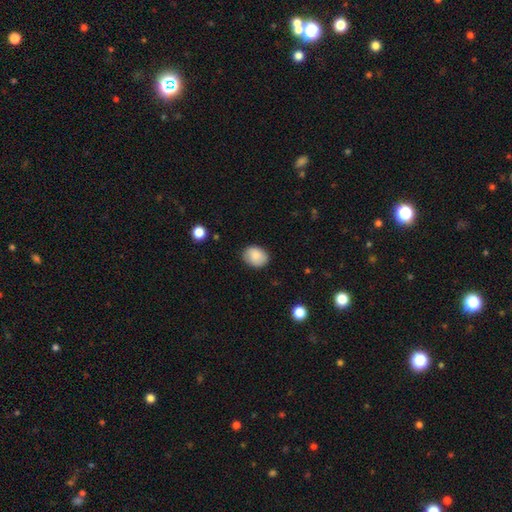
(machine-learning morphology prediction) Smooth or featured? smooth (86%)
How rounded? in between (54%)
Merging? none (83%)